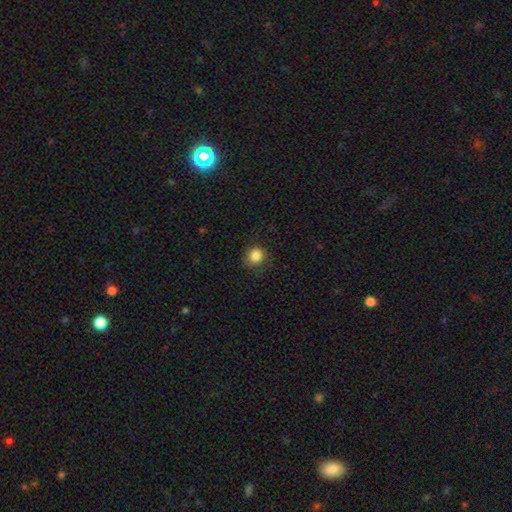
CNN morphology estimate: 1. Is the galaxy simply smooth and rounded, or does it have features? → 85% smooth, 11% star or artifact, 5% featured or disk.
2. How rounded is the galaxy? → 87% round, 12% in between, 1% cigar-shaped.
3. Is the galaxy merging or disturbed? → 83% none, 12% minor disturbance, 4% major disturbance, 1% merger.